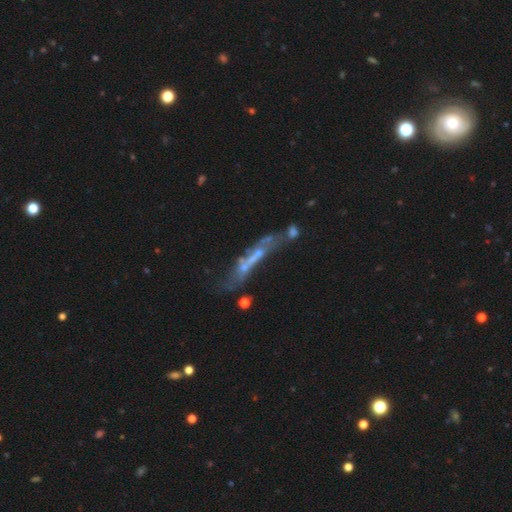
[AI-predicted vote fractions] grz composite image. It shows a featured or disk galaxy (58%). Merging: none (34%).